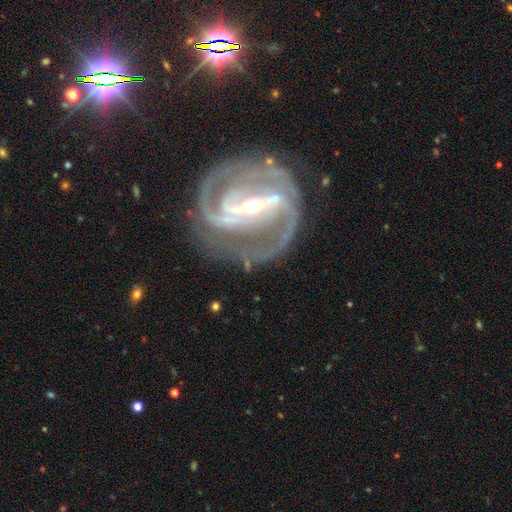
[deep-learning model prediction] This is clearly a featured or disk galaxy (91%). It is clearly not viewed edge-on (97%). Bar: likely strong (74%). Spiral arm pattern: clearly yes (98%). Spiral arm count: likely 2 (68%). Spiral winding: possibly medium (45%). Central bulge: likely small (74%). Merging: likely none (68%).